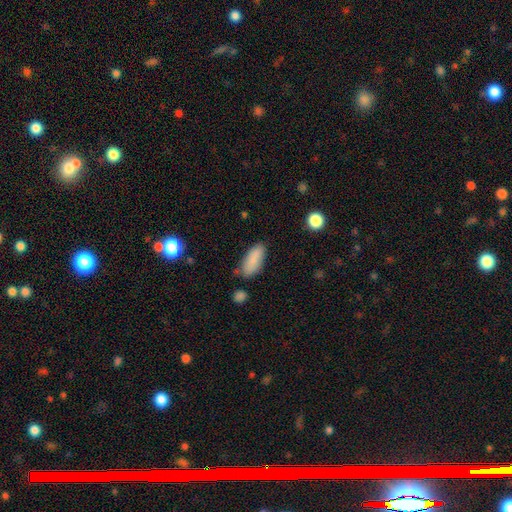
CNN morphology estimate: Smooth or featured: smooth — 79% (star or artifact — 13%)
How rounded: in between — 70% (cigar-shaped — 27%)
Merging: none — 71% (minor disturbance — 20%)